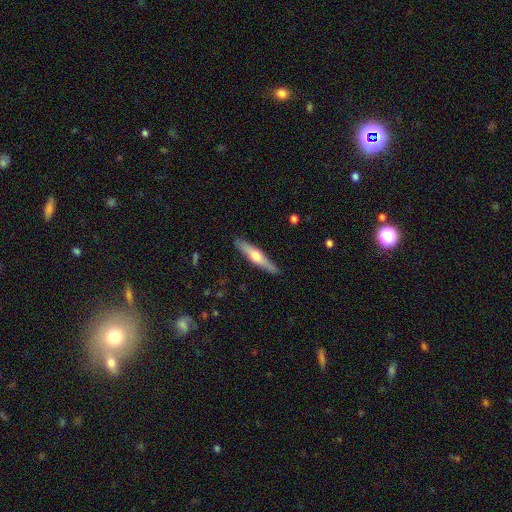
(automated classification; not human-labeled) The model was most divided on "smooth or featured": featured or disk: 55%, smooth: 40%, star or artifact: 5%. More confident: edge-on disk — yes (94%); edge-on bulge — rounded (91%); merging — none (89%).